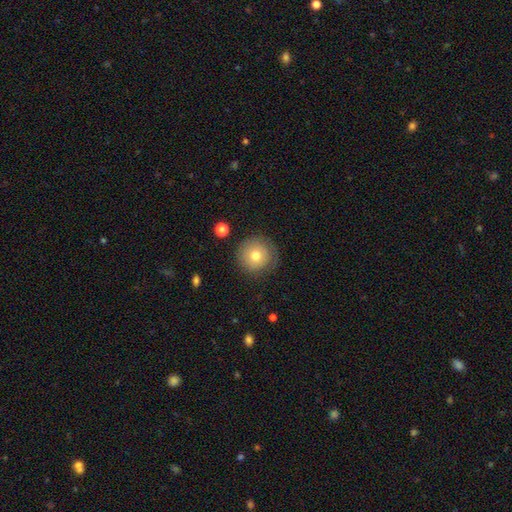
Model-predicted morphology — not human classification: Smooth or featured? smooth (74%)
How rounded? round (95%)
Merging? none (79%)